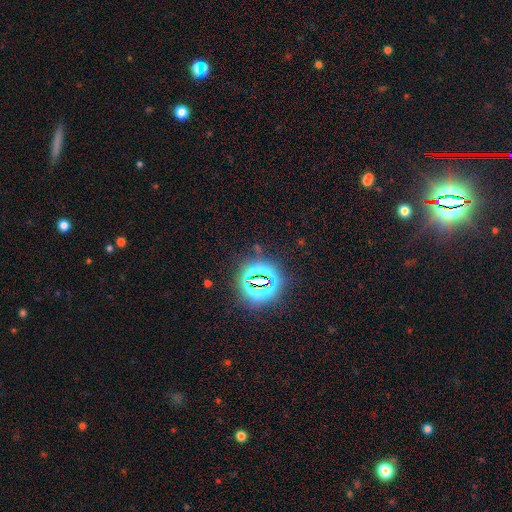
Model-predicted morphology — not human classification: The model was most divided on "smooth or featured": star or artifact: 84%, smooth: 10%, featured or disk: 6%.